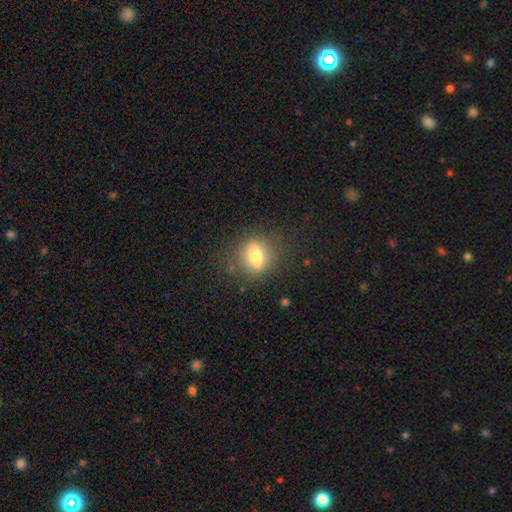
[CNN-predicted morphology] A smooth galaxy with no disk features (53%) that is round (46%).

Vote fractions:
- Smooth or featured? smooth: 53% / featured or disk: 36% / star or artifact: 11%
- How rounded? round: 46% / in between: 44% / cigar-shaped: 9%
- Merging? none: 80% / minor disturbance: 13% / major disturbance: 6% / merger: 2%